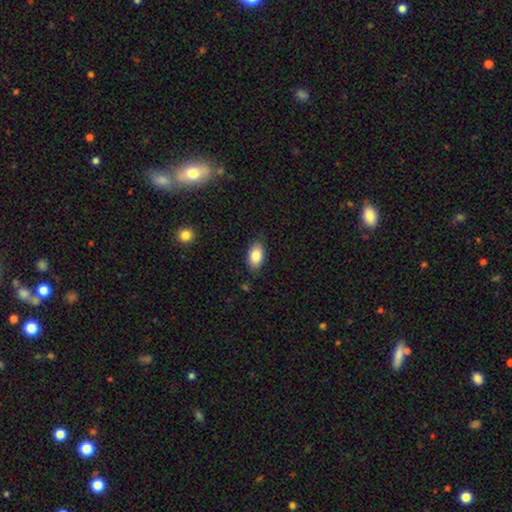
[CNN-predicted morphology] Q: Smooth or featured?
A: smooth (84%); runner-up: featured or disk (9%)
Q: How rounded?
A: in between (92%); runner-up: round (6%)
Q: Merging?
A: none (83%); runner-up: minor disturbance (13%)